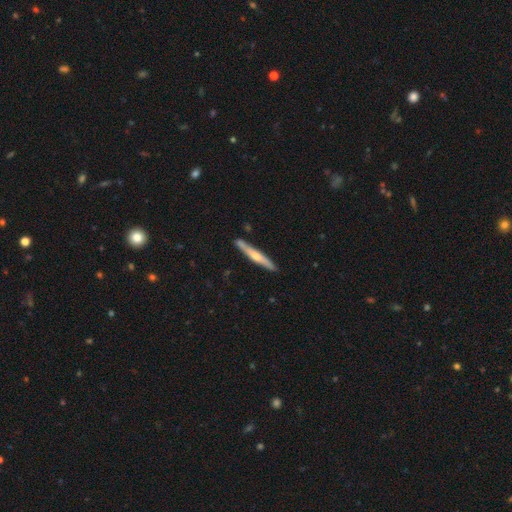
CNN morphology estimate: This is possibly a featured or disk galaxy (57%). It is clearly viewed edge-on (95%). Edge-on bulge: likely rounded (78%). Merging: clearly none (87%).